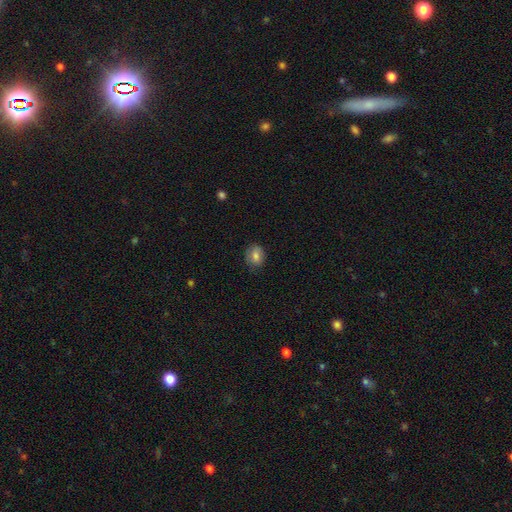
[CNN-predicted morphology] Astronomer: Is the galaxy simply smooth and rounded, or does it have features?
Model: smooth — 75%.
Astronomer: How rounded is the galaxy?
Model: round — 52% (runner-up: in between, 47%).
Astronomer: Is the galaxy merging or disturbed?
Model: none — 79%.